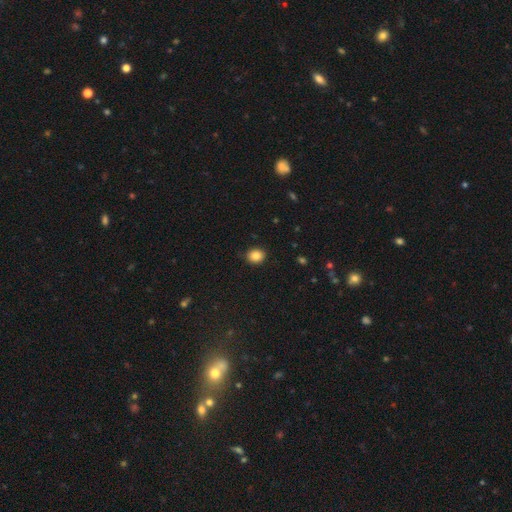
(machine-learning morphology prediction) This appears to be a smooth galaxy with no disk features (86%) that is round (69%). Merging: none (87%).